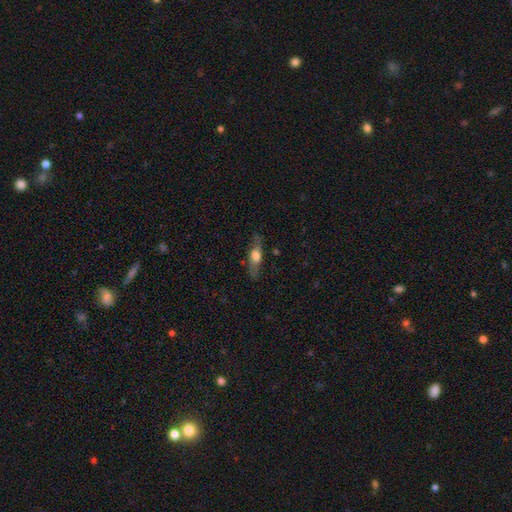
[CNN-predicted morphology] smooth_or_featured: smooth (p=0.48) [alt: featured or disk p=0.45]
merging: none (p=0.77) [alt: minor disturbance p=0.16]